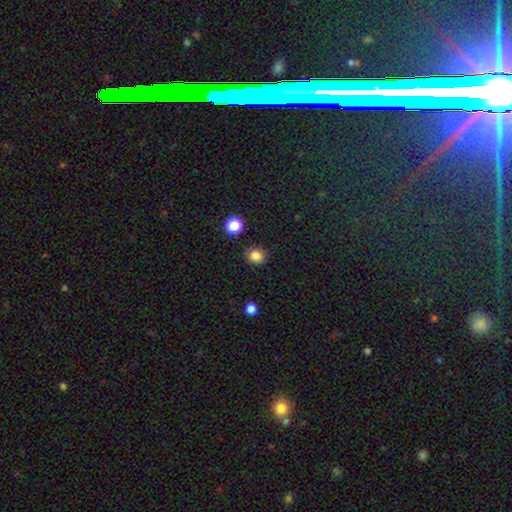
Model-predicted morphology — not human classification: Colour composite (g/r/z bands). It shows a smooth galaxy with no disk features (85%) that is round (76%). Merging: none (88%).